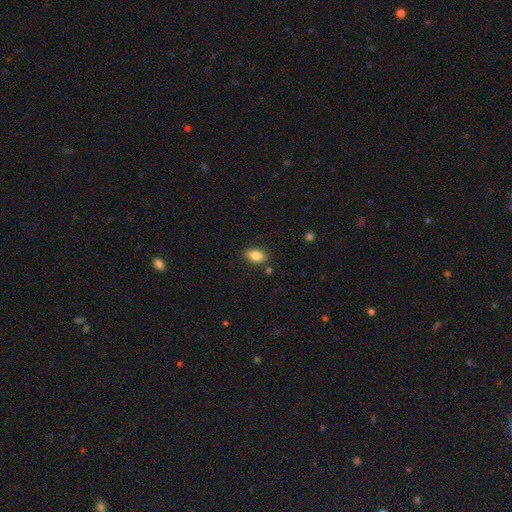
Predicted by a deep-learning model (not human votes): smooth-or-featured: smooth: 84% | star or artifact: 8% | featured or disk: 8%
  how-rounded: in between: 89% | round: 7% | cigar-shaped: 4%
  merging: none: 83% | minor disturbance: 11% | merger: 4% | major disturbance: 2%